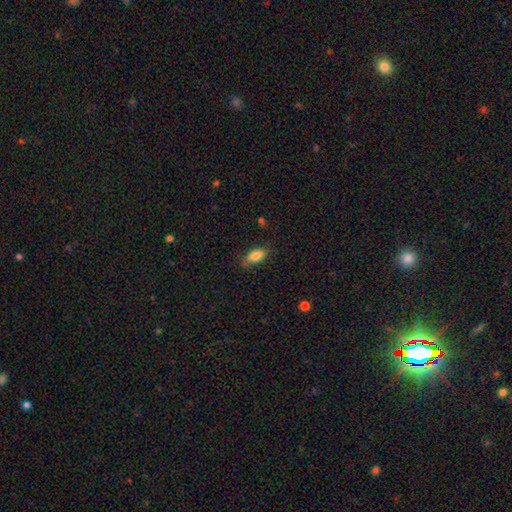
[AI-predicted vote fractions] Smooth or featured? smooth (82%)
How rounded? in between (85%)
Merging? none (77%)